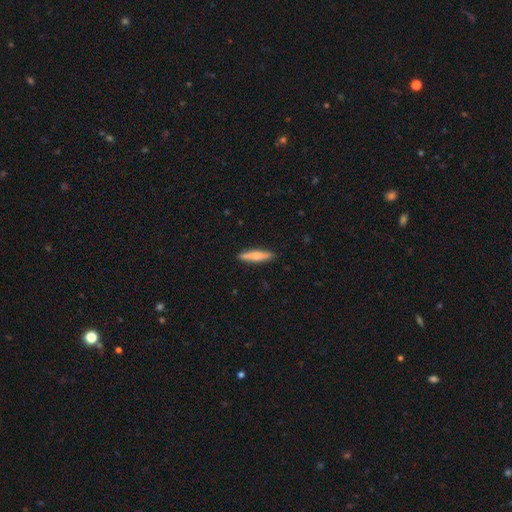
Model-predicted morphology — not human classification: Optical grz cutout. It shows a smooth galaxy with no disk features (67%) that is cigar-shaped (87%). Merging: none (90%).